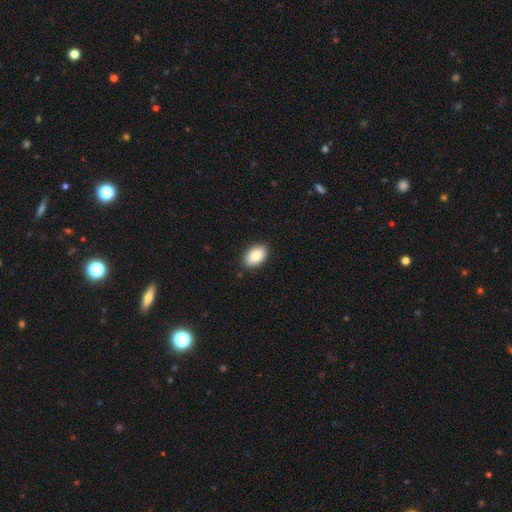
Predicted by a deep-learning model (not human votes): Smooth or featured? Predicted: smooth (p=0.86). How rounded? Predicted: in between (p=0.90). Merging? Predicted: none (p=0.89).